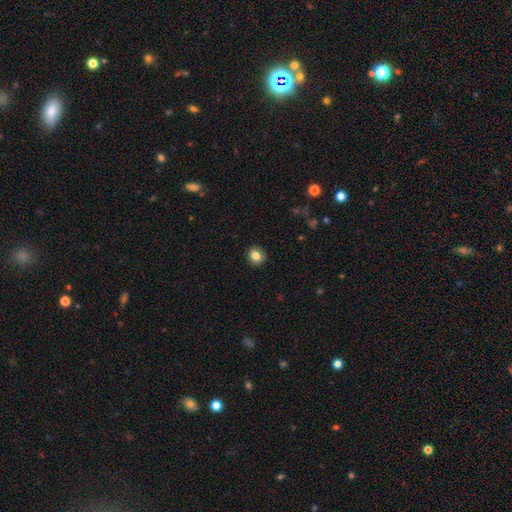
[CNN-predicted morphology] Smooth or featured? smooth (83%)
How rounded? round (89%)
Merging? none (92%)